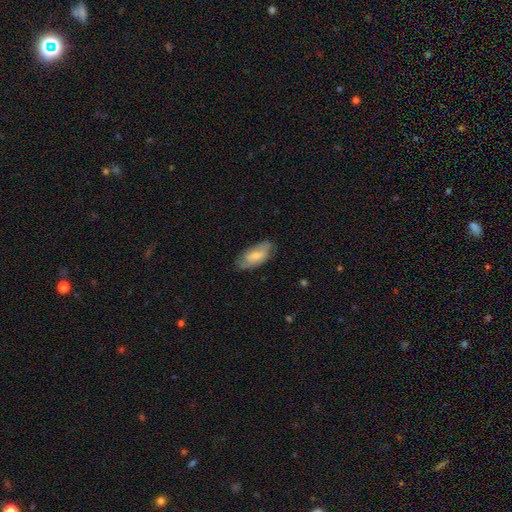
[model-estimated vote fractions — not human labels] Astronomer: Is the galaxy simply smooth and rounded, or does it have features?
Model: smooth — 71%.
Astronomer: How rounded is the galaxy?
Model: in between — 89%.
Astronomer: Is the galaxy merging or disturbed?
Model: none — 72%.